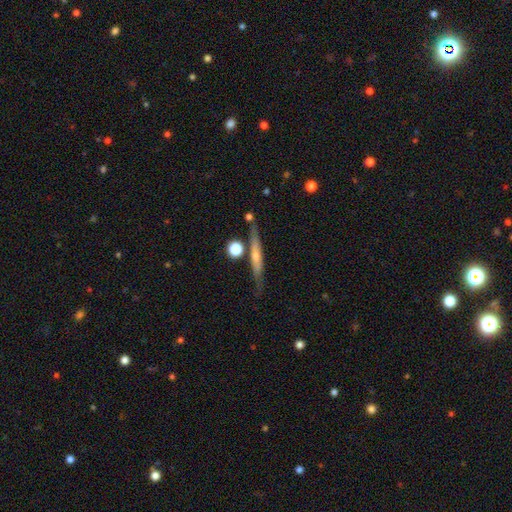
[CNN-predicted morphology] type=featured or disk (51%); edge-on=yes (92%); merging=none (74%).